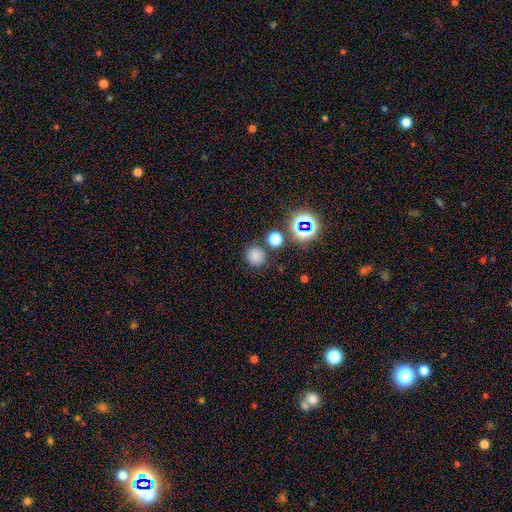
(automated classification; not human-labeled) Morphology: type=smooth (74%); roundness=round (92%); merging=none (82%).